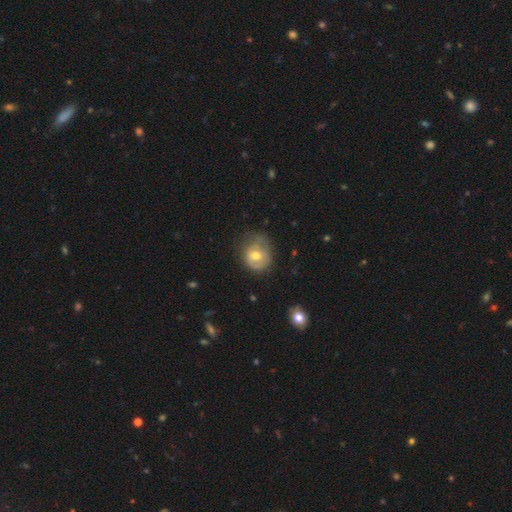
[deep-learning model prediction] This appears to be a smooth galaxy with no disk features (56%) that is round (63%). Merging: none (40%).